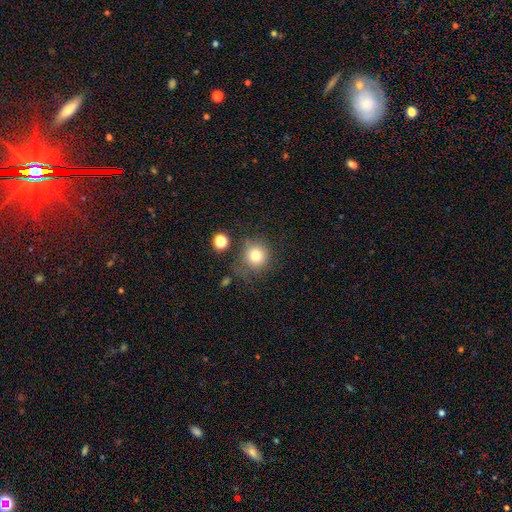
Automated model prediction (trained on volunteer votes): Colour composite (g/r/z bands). It shows a smooth galaxy with no disk features (77%) that is round (91%). Merging: none (70%).